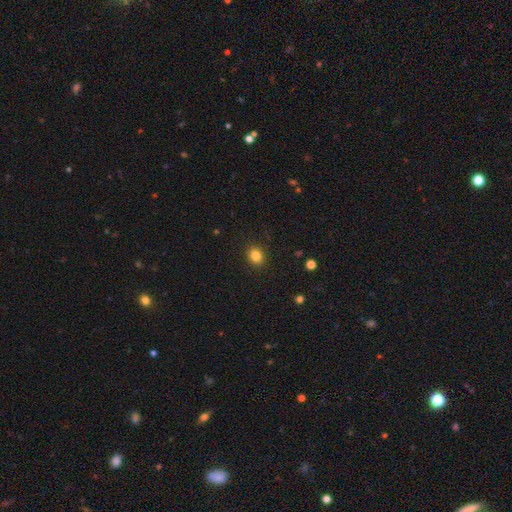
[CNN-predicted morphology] smooth 83%, star or artifact 11%, featured or disk 6%. Down the decision tree: how rounded — round (64%); merging — none (90%).